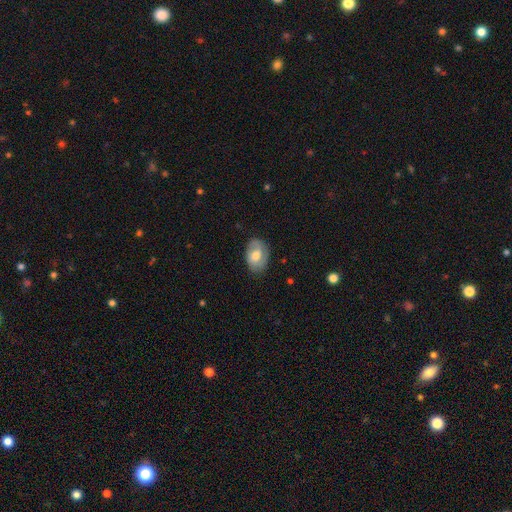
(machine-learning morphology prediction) Overall: smooth (51%; featured or disk 42%). How rounded: in between (81%). Merging: none (75%).